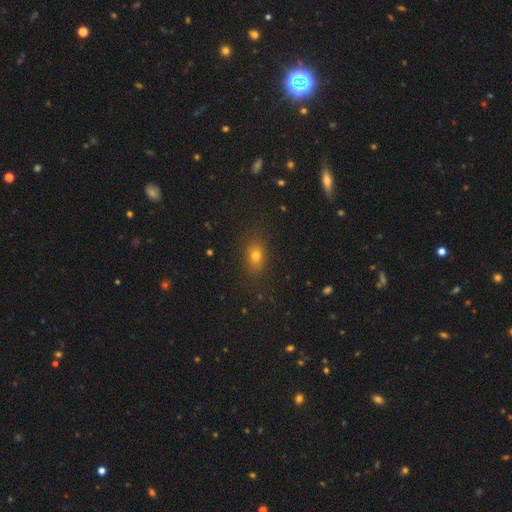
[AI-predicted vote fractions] The model was most divided on "how rounded": in between: 71%, round: 24%, cigar-shaped: 5%. More confident: merging — none (84%); smooth or featured — smooth (72%).